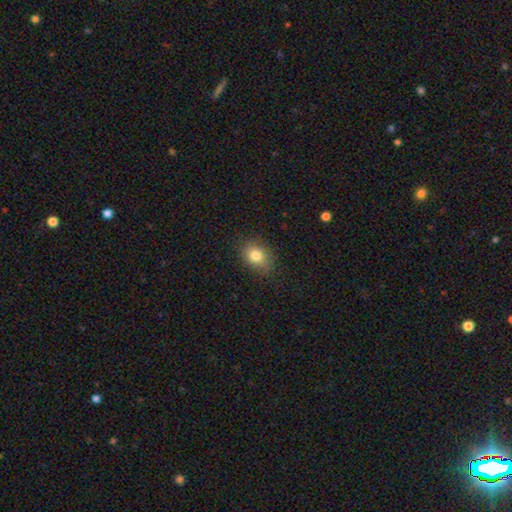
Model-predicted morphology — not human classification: This is clearly a smooth galaxy (80%). How rounded: possibly in between (55%). Merging: clearly none (82%).